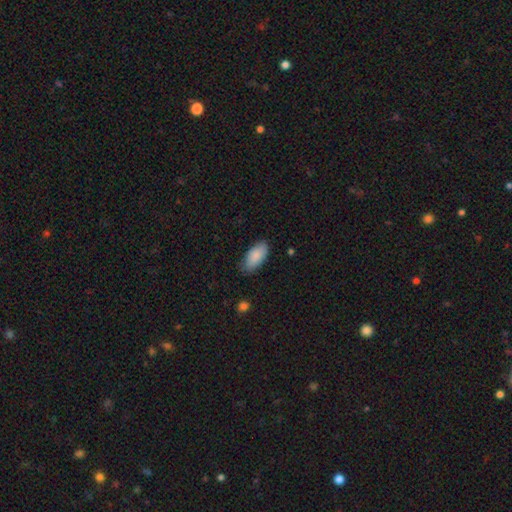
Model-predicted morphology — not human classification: smooth-or-featured: smooth: 88% | star or artifact: 6% | featured or disk: 6%
  how-rounded: in between: 91% | cigar-shaped: 7% | round: 2%
  merging: none: 78% | minor disturbance: 18% | major disturbance: 3% | merger: 1%